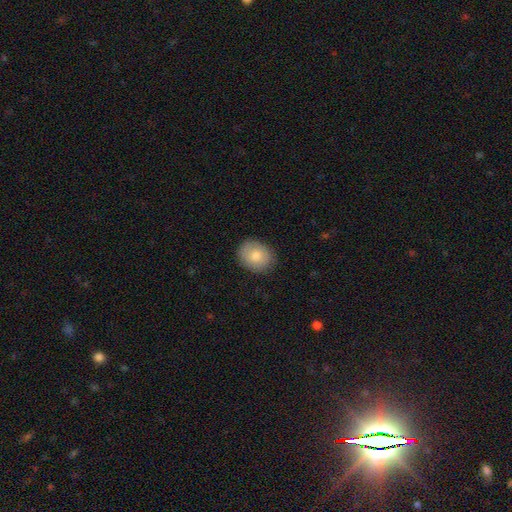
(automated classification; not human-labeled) Smooth or featured?
  - smooth: 81% *
  - featured or disk: 12%
  - star or artifact: 7%
How rounded?
  - round: 62% *
  - in between: 37%
  - cigar-shaped: 1%
Merging?
  - none: 86% *
  - minor disturbance: 11%
  - major disturbance: 2%
  - merger: 1%